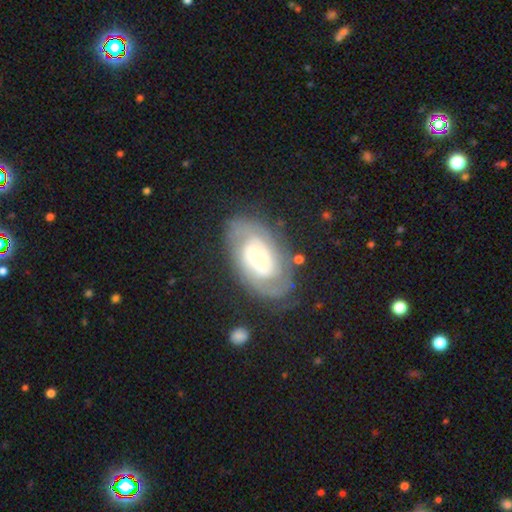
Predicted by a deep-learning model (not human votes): A featured or disk galaxy (79%) with no bar (74%), 2 (57%) tight (64%) spiral arms (82%) and a moderate central bulge (58%).

Vote fractions:
- Smooth or featured? featured or disk: 79% / smooth: 16% / star or artifact: 6%
- Edge-on disk? no: 95% / yes: 5%
- Bar? no: 74% / weak: 20% / strong: 7%
- Spiral arms? yes: 82% / no: 18%
- Spiral winding? tight: 64% / medium: 27% / loose: 10%
- Spiral arm count? 2: 57% / can't tell: 26% / 3: 7% / 1: 5% / 4: 3% / more than 4: 2%
- Bulge size? moderate: 58% / small: 34% / large: 6% / dominant: 1% / none: 1%
- Merging? none: 74% / minor disturbance: 16% / major disturbance: 8% / merger: 2%